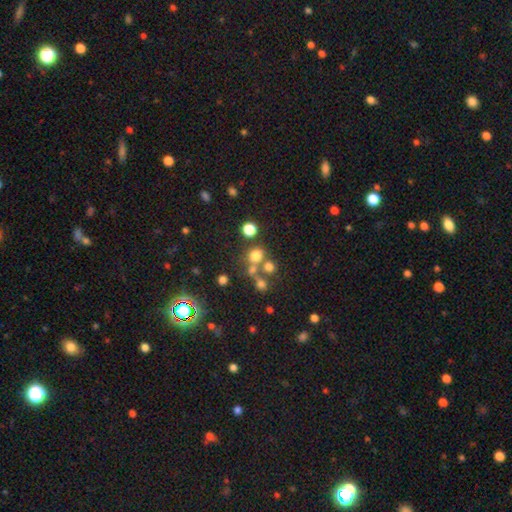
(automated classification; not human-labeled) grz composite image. It shows a smooth galaxy with no disk features (68%) that is round (84%). Merging: none (59%).